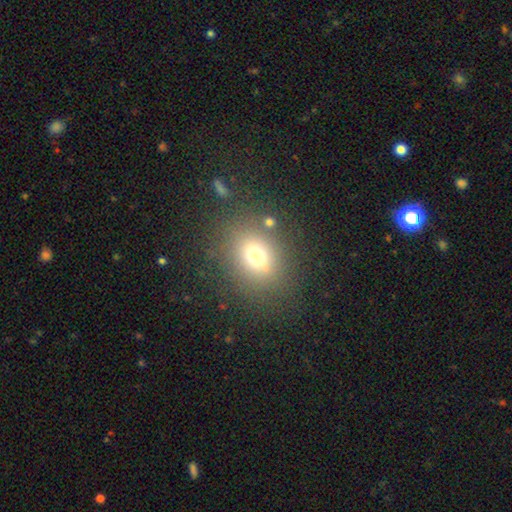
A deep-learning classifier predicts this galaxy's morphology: This is likely a smooth galaxy (72%). How rounded: possibly round (57%). Merging: clearly none (80%).